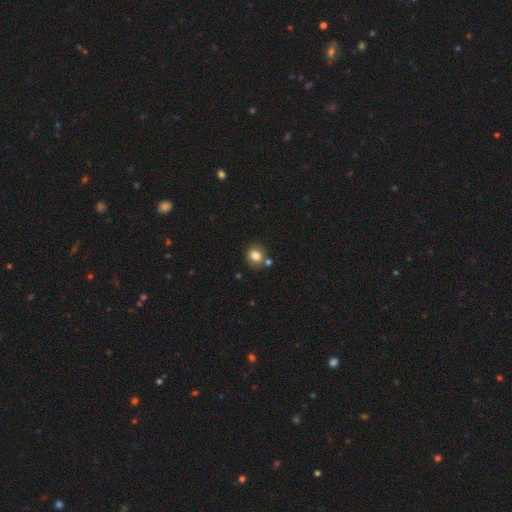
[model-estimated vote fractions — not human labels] Overall: smooth (81%). How rounded: round (76%). Merging: none (74%).